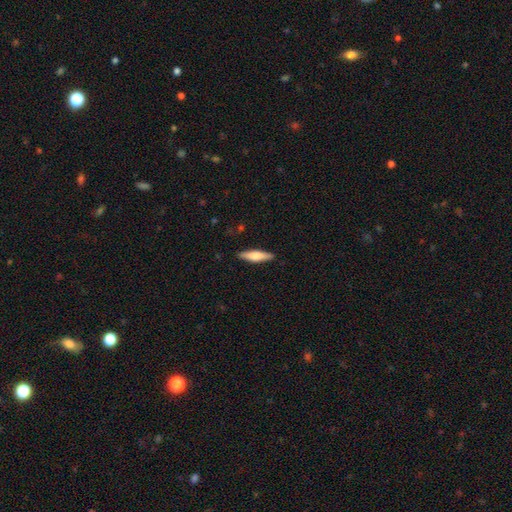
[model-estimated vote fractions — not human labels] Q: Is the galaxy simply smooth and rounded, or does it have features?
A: smooth — 61%.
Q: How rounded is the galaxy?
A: cigar-shaped — 74%.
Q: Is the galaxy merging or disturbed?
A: none — 89%.